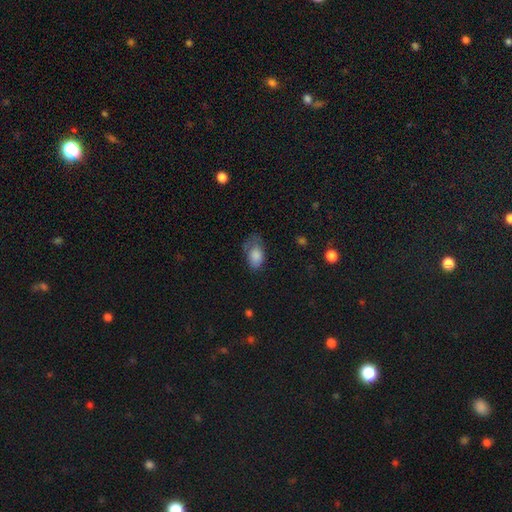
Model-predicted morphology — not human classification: smooth_or_featured: smooth (p=0.81) [alt: featured or disk p=0.11]
how_rounded: in between (p=0.91) [alt: round p=0.07]
merging: none (p=0.38) [alt: minor disturbance p=0.35]